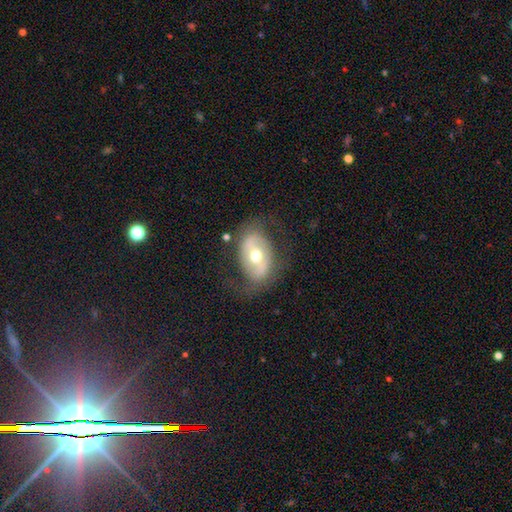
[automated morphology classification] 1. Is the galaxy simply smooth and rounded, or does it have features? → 64% featured or disk, 29% smooth, 7% star or artifact.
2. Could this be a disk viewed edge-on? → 93% no, 7% yes.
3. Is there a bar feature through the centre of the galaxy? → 39% no, 31% weak, 30% strong.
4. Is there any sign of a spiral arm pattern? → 57% yes, 43% no.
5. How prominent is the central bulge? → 72% moderate, 20% small, 7% large, 1% dominant, 1% none.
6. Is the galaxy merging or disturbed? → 67% none, 19% minor disturbance, 13% major disturbance, 2% merger.